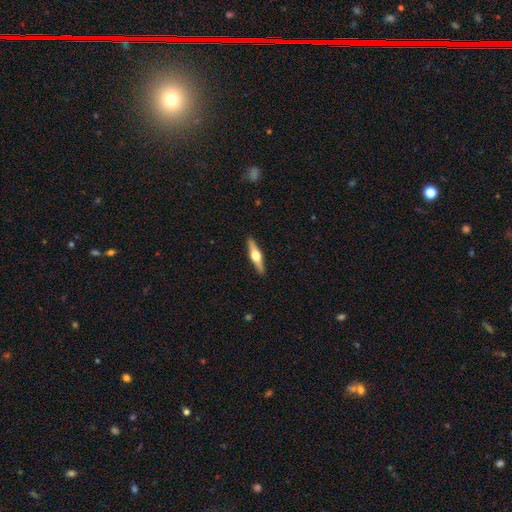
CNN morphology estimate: Smooth or featured: featured or disk — 66% (smooth — 29%)
Edge-on disk: yes — 97% (no — 3%)
Edge-on bulge: rounded — 96% (boxy — 3%)
Merging: none — 91% (minor disturbance — 6%)